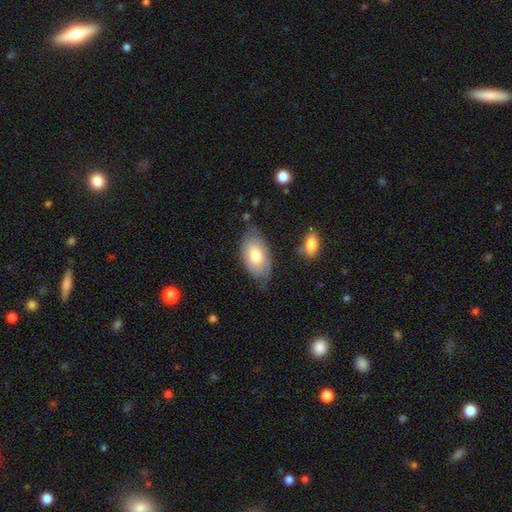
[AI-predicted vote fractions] Smooth or featured? Predicted: smooth (p=0.74). How rounded? Predicted: in between (p=0.93). Merging? Predicted: none (p=0.62).